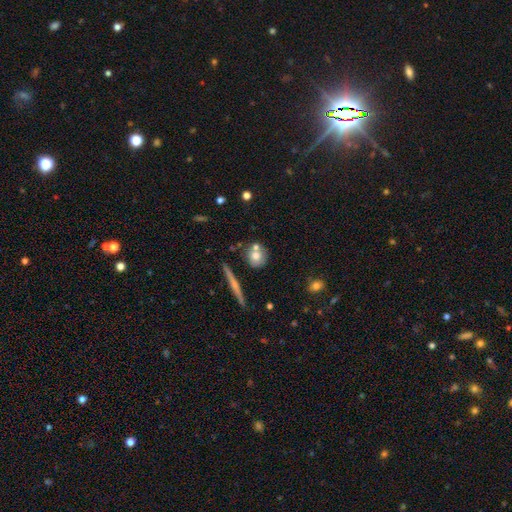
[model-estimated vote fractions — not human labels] smooth 68%, featured or disk 22%, star or artifact 11%. Down the decision tree: how rounded — round (82%); merging — none (61%).